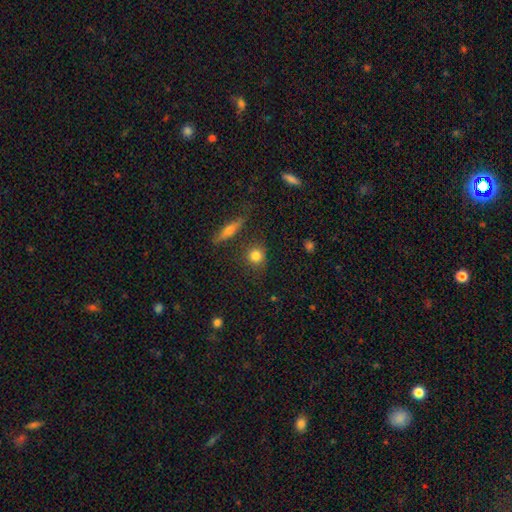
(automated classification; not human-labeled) A smooth galaxy with no disk features (81%) that is round (84%).

Vote fractions:
- Smooth or featured? smooth: 81% / featured or disk: 10% / star or artifact: 9%
- How rounded? round: 84% / in between: 13% / cigar-shaped: 3%
- Merging? none: 81% / minor disturbance: 11% / merger: 5% / major disturbance: 3%